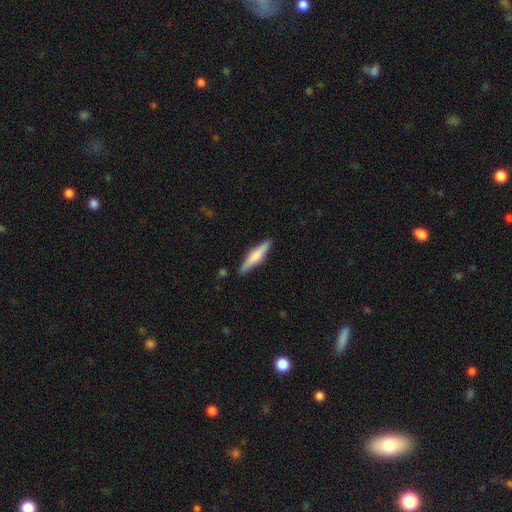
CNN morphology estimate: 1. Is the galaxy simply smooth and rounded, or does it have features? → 58% smooth, 37% featured or disk, 5% star or artifact.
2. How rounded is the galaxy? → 87% cigar-shaped, 12% in between, 2% round.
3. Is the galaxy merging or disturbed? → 87% none, 9% minor disturbance, 2% major disturbance, 2% merger.